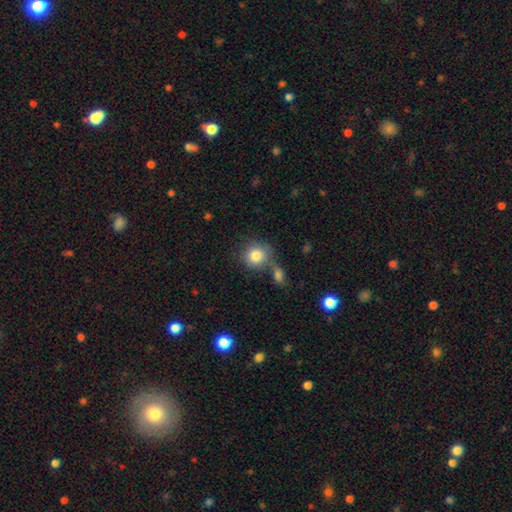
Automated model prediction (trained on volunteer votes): smooth_or_featured: smooth (p=0.84) [alt: star or artifact p=0.08]
how_rounded: round (p=0.88) [alt: in between p=0.11]
merging: none (p=0.58) [alt: merger p=0.24]